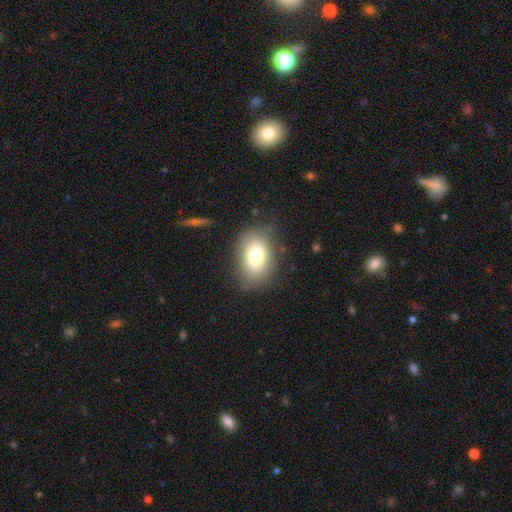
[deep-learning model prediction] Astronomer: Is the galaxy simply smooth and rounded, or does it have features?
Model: smooth — 76%.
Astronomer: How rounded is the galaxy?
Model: in between — 77%.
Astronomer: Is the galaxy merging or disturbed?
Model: none — 77%.